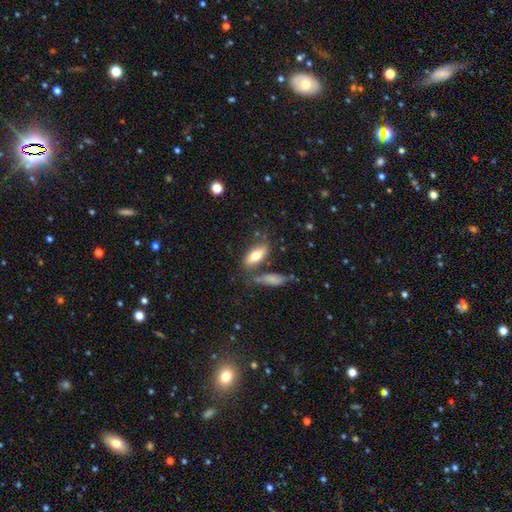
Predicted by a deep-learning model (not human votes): Morphology: type=smooth (74%); roundness=in between (79%); merging=none (64%).